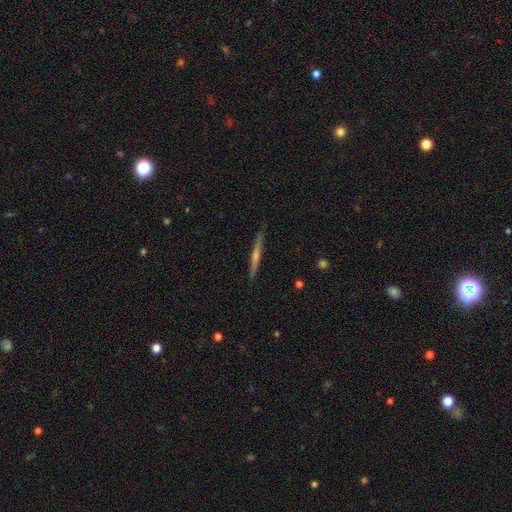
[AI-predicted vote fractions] Smooth or featured? Predicted: featured or disk (p=0.65). Edge-on disk? Predicted: yes (p=0.97). Edge-on bulge? Predicted: rounded (p=0.61). Merging? Predicted: none (p=0.89).